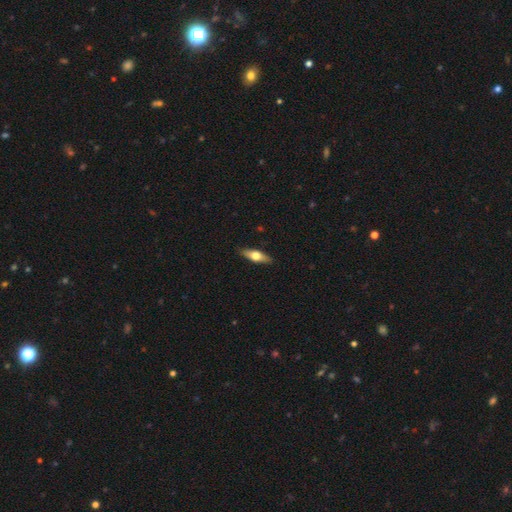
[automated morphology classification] Smooth or featured? Predicted: smooth (p=0.50). How rounded? Predicted: in between (p=0.51). Merging? Predicted: none (p=0.89).